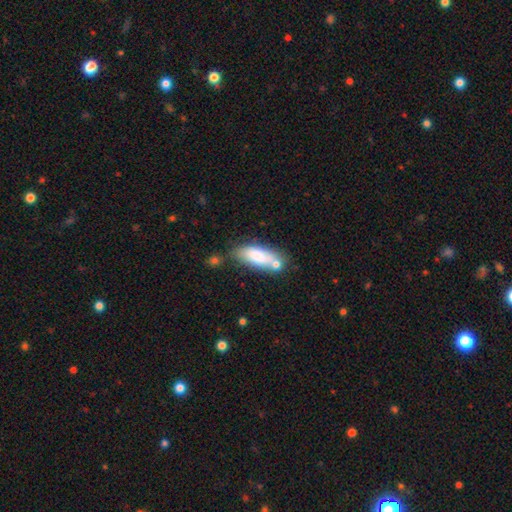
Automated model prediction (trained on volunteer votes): smooth 74%, featured or disk 19%, star or artifact 7%. Down the decision tree: how rounded — in between (72%); merging — none (56%).